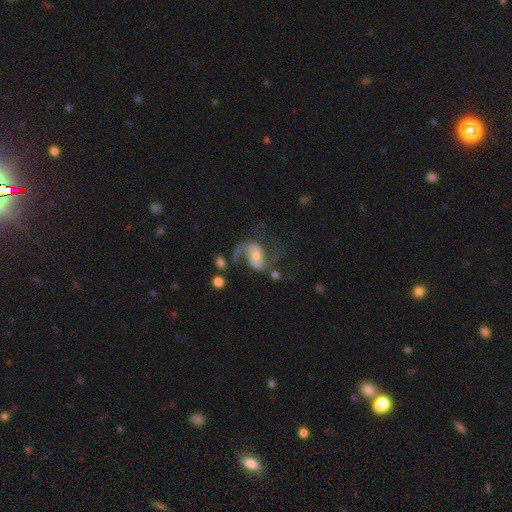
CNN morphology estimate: Q: Smooth or featured?
A: featured or disk (77%); runner-up: smooth (16%)
Q: Edge-on disk?
A: no (97%); runner-up: yes (3%)
Q: Bar?
A: no (50%); runner-up: weak (33%)
Q: Spiral arms?
A: yes (90%); runner-up: no (10%)
Q: Spiral winding?
A: loose (55%); runner-up: medium (36%)
Q: Spiral arm count?
A: 2 (76%); runner-up: 1 (16%)
Q: Bulge size?
A: moderate (45%); runner-up: small (44%)
Q: Merging?
A: none (39%); runner-up: major disturbance (36%)